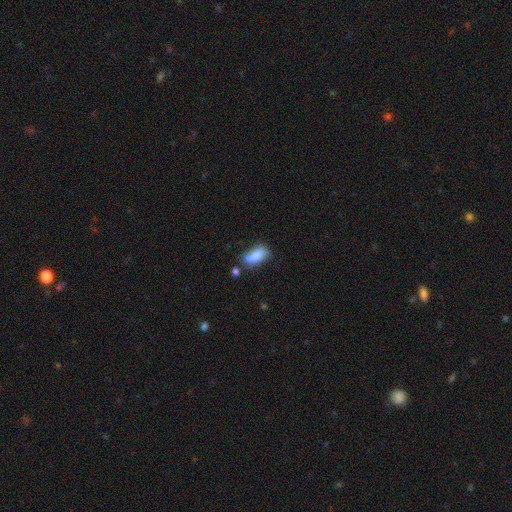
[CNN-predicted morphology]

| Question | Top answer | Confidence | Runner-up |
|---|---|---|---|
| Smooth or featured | smooth | 81% | featured or disk (11%) |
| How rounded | in between | 89% | cigar-shaped (7%) |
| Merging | none | 46% | minor disturbance (26%) |